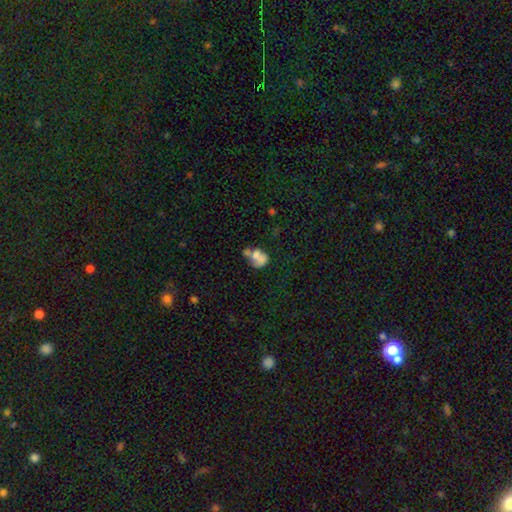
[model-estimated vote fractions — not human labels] Smooth or featured? smooth (62%)
How rounded? in between (52%)
Merging? merger (52%)